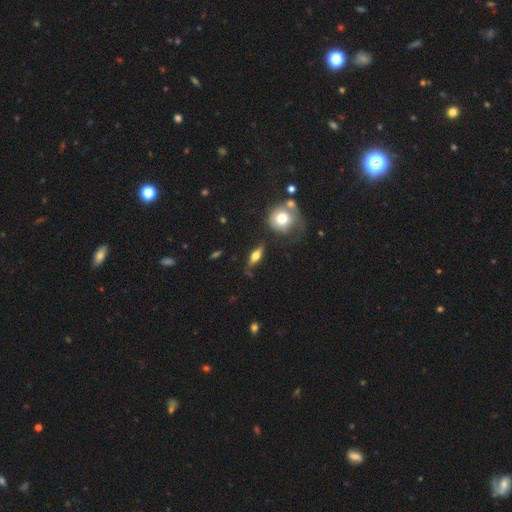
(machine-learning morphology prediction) A smooth galaxy with no disk features (50%) that is in between round and cigar-shaped (57%). Merging: none (69%).